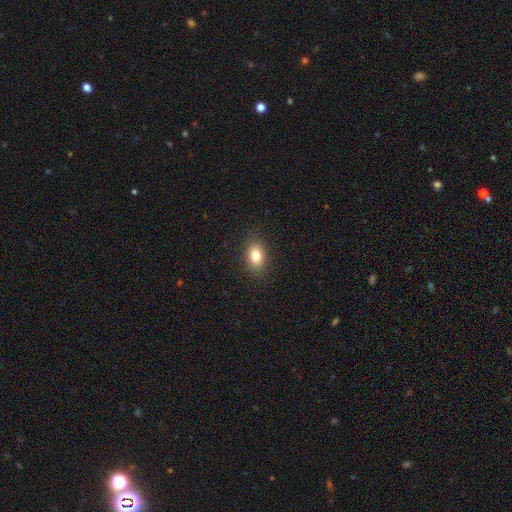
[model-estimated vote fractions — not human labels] The model was most divided on "how rounded": in between: 81%, round: 17%, cigar-shaped: 2%. More confident: merging — none (87%); smooth or featured — smooth (80%).